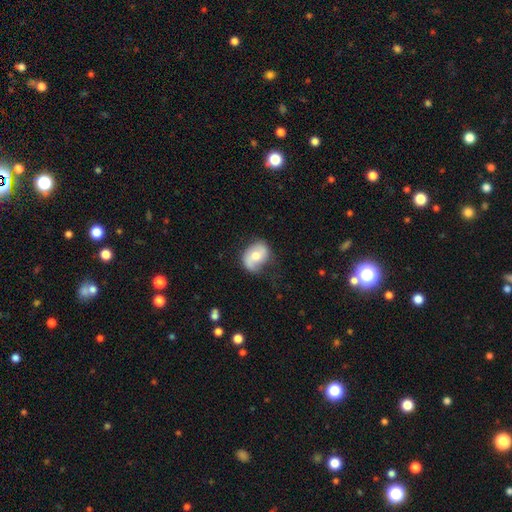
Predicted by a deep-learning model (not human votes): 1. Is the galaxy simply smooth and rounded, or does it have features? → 53% smooth, 40% featured or disk, 7% star or artifact.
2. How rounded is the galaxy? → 67% in between, 32% round, 1% cigar-shaped.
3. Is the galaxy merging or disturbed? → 61% none, 28% minor disturbance, 9% major disturbance, 2% merger.